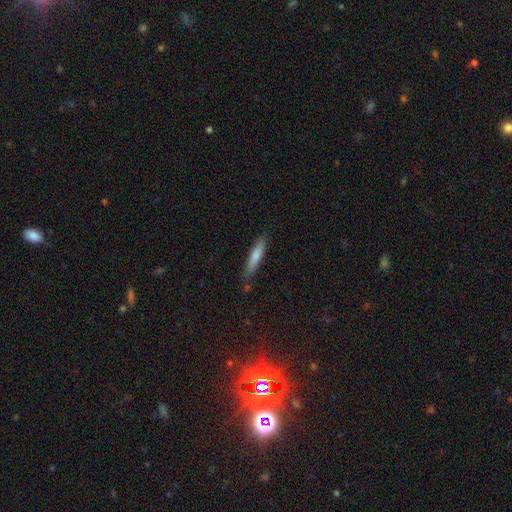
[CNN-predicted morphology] smooth-or-featured: smooth: 74% | featured or disk: 20% | star or artifact: 6%
  how-rounded: cigar-shaped: 86% | in between: 13% | round: 1%
  merging: none: 82% | minor disturbance: 13% | major disturbance: 2% | merger: 2%